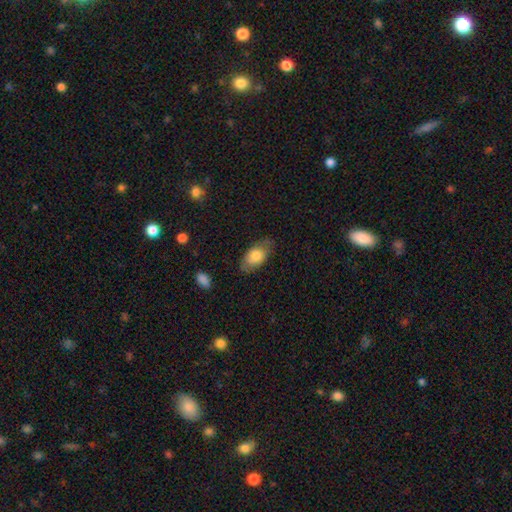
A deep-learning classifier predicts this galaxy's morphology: smooth-or-featured: smooth: 73% | featured or disk: 20% | star or artifact: 7%
  how-rounded: in between: 90% | round: 6% | cigar-shaped: 4%
  merging: none: 72% | minor disturbance: 21% | major disturbance: 5% | merger: 1%